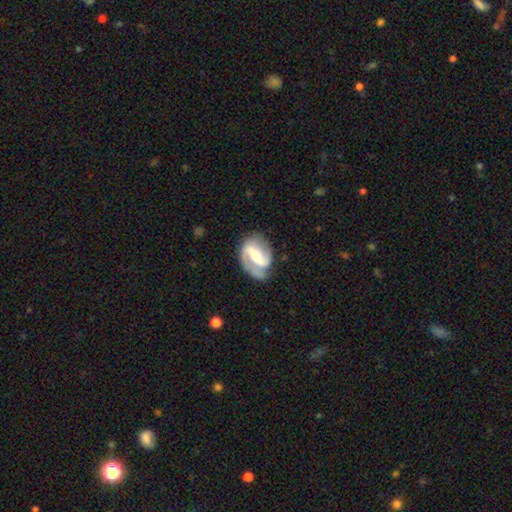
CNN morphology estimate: Smooth or featured: featured or disk — 85% (smooth — 10%)
Edge-on disk: no — 97% (yes — 3%)
Bar: strong — 59% (weak — 31%)
Spiral arms: yes — 93% (no — 7%)
Spiral winding: medium — 46% (loose — 29%)
Spiral arm count: 2 — 85% (1 — 8%)
Bulge size: moderate — 53% (small — 37%)
Merging: none — 69% (minor disturbance — 20%)